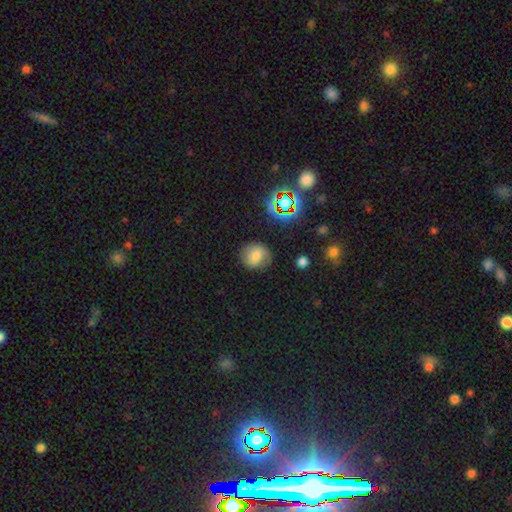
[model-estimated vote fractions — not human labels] Morphology: type=smooth (65%); roundness=round (82%); merging=none (78%).